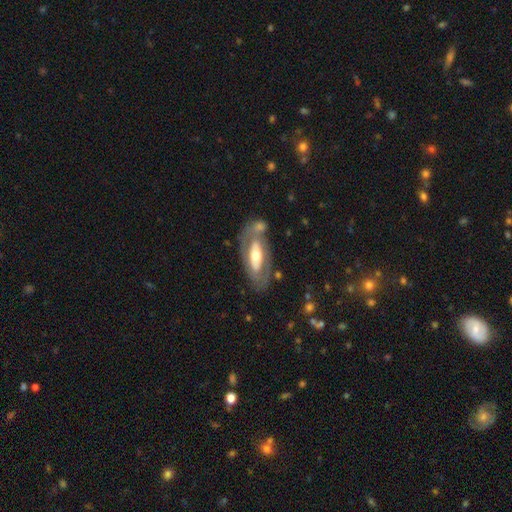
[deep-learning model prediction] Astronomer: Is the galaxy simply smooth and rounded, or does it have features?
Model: featured or disk — 62%.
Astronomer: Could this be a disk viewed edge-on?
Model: no — 80%.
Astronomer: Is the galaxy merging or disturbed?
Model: none — 65%.